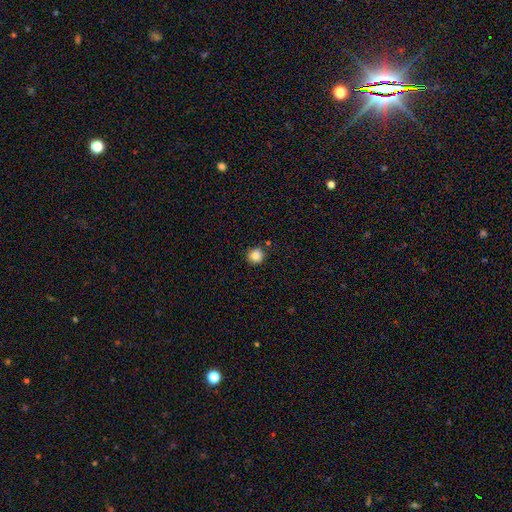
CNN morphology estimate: A smooth galaxy with no disk features (86%) that is round (92%).

Vote fractions:
- Smooth or featured? smooth: 86% / star or artifact: 10% / featured or disk: 3%
- How rounded? round: 92% / in between: 7% / cigar-shaped: 1%
- Merging? none: 87% / minor disturbance: 8% / merger: 3% / major disturbance: 2%